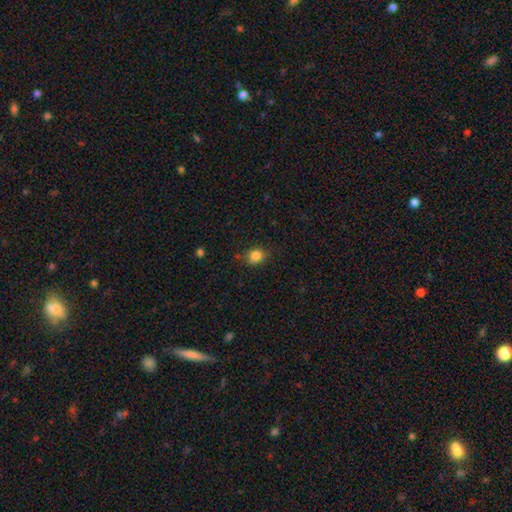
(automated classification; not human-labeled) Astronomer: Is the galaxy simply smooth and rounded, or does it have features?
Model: smooth — 83%.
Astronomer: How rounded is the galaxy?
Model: round — 62% (runner-up: in between, 37%).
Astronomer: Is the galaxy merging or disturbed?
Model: none — 80%.